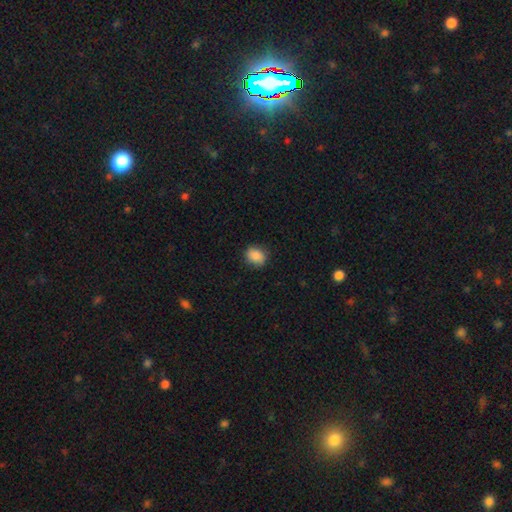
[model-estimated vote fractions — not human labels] smooth 88%, star or artifact 8%, featured or disk 4%. Down the decision tree: how rounded — round (53%); merging — none (86%).